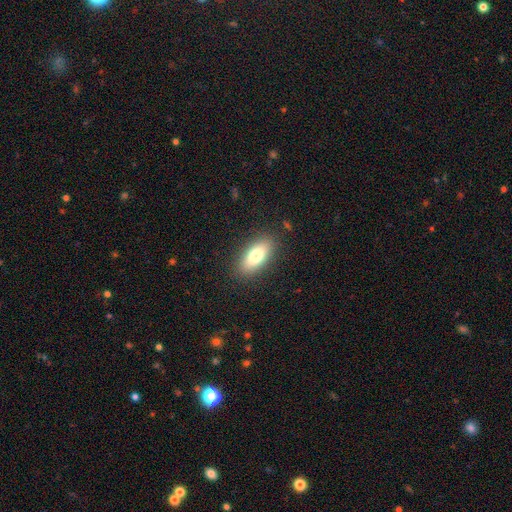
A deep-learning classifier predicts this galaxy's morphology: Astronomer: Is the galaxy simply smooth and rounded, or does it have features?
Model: smooth — 77%.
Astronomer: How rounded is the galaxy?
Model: in between — 84%.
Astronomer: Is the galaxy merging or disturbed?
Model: none — 87%.